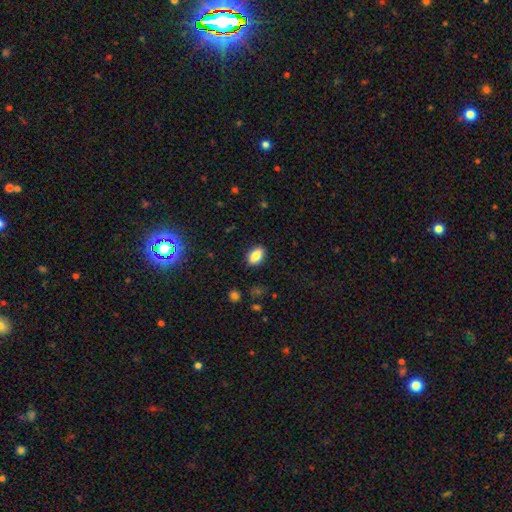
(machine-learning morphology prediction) Smooth or featured? Predicted: smooth (p=0.82). How rounded? Predicted: in between (p=0.86). Merging? Predicted: none (p=0.88).